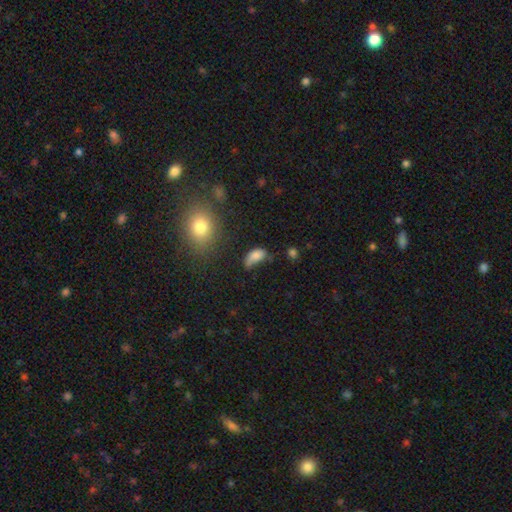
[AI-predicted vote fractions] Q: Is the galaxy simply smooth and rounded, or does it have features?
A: smooth — 78%.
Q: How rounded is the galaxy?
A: in between — 88%.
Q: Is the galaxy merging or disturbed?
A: minor disturbance — 34%.